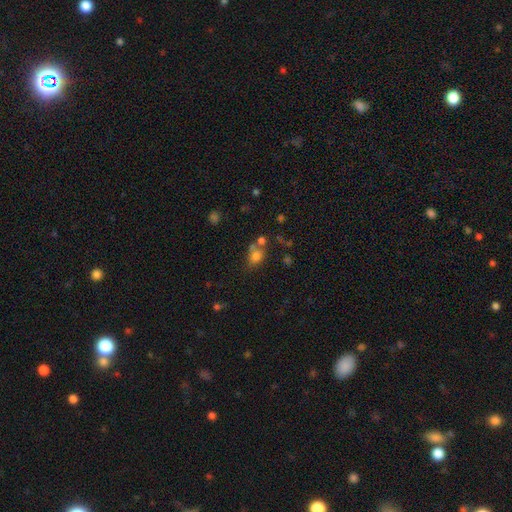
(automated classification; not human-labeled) smooth-or-featured: smooth: 75% | star or artifact: 15% | featured or disk: 10%
  how-rounded: round: 57% | in between: 41% | cigar-shaped: 1%
  merging: none: 50% | merger: 30% | minor disturbance: 13% | major disturbance: 6%